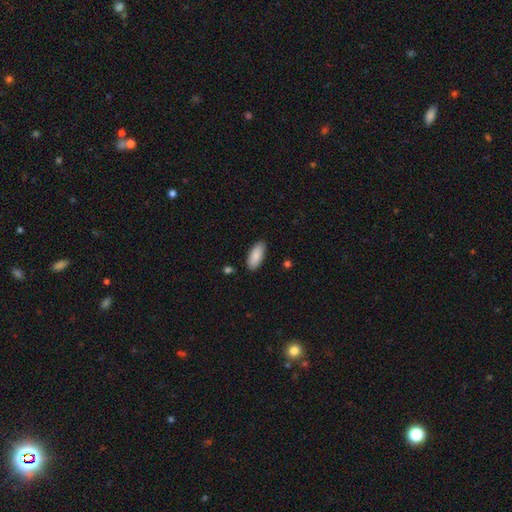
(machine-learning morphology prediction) smooth_or_featured: smooth (p=0.89) [alt: star or artifact p=0.06]
how_rounded: in between (p=0.86) [alt: cigar-shaped p=0.13]
merging: none (p=0.87) [alt: minor disturbance p=0.10]